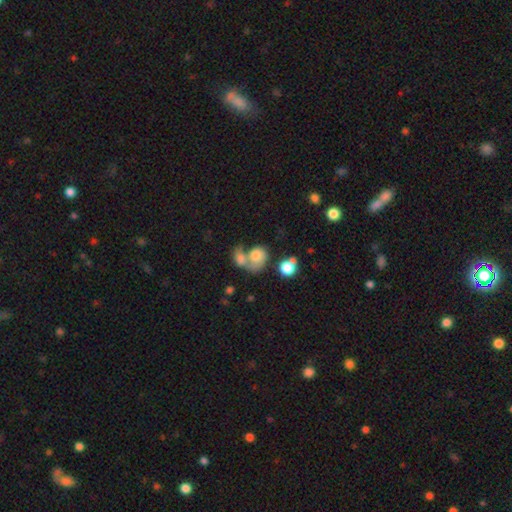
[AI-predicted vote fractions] Morphology: type=smooth (68%); roundness=round (51%); merging=merger (66%).